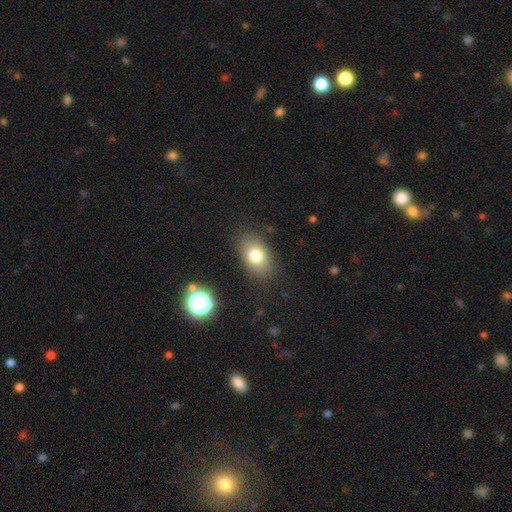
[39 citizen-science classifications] A smooth galaxy with no disk features (85%) that is in between round and cigar-shaped (82%).

Vote fractions:
- Smooth or featured? smooth: 85% / star or artifact: 13% / featured or disk: 3%
- How rounded? in between: 82% / round: 18% / cigar-shaped: 0%
- Merging? none: 82% / minor disturbance: 12% / major disturbance: 6% / merger: 0%